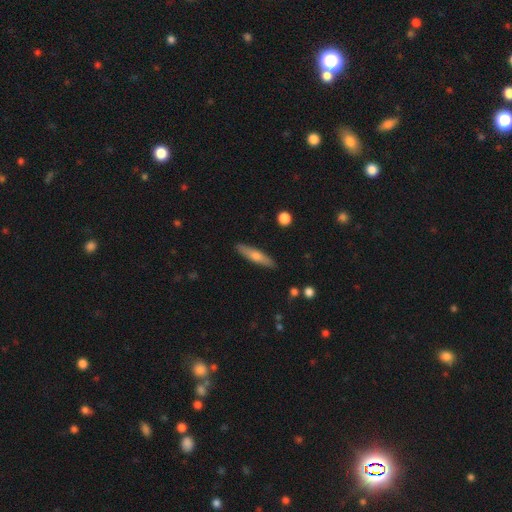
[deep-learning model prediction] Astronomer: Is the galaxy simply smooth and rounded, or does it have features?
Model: smooth — 56% (runner-up: featured or disk, 38%).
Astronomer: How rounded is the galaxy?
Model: cigar-shaped — 83%.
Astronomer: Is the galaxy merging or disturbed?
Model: none — 89%.